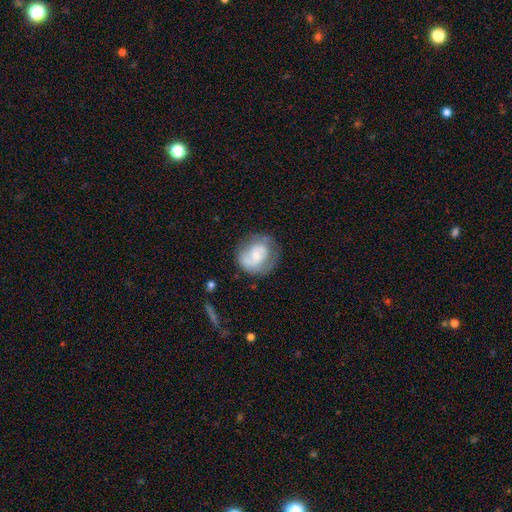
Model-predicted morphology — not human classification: Q: Smooth or featured?
A: featured or disk (53%); runner-up: smooth (40%)
Q: Edge-on disk?
A: no (97%); runner-up: yes (3%)
Q: Bar?
A: no (66%); runner-up: weak (28%)
Q: Spiral arms?
A: yes (74%); runner-up: no (26%)
Q: Bulge size?
A: small (54%); runner-up: moderate (34%)
Q: Merging?
A: none (64%); runner-up: minor disturbance (22%)